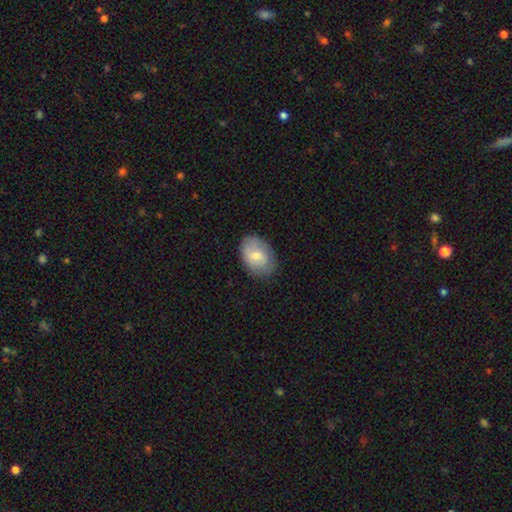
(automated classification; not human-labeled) The model was most divided on "smooth or featured": smooth: 64%, featured or disk: 29%, star or artifact: 7%. More confident: how rounded — in between (79%); merging — none (77%).